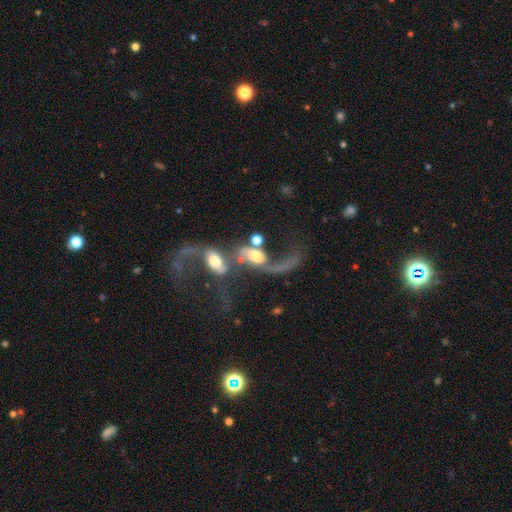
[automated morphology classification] Smooth or featured? Predicted: featured or disk (p=0.58). Edge-on disk? Predicted: no (p=0.93). Bar? Predicted: no (p=0.65). Spiral arms? Predicted: yes (p=0.73). Bulge size? Predicted: moderate (p=0.44). Merging? Predicted: merger (p=0.59).